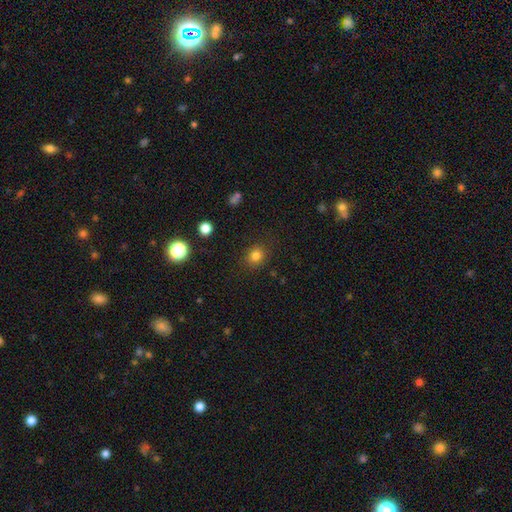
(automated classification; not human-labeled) Smooth or featured? smooth (80%)
How rounded? round (73%)
Merging? none (86%)